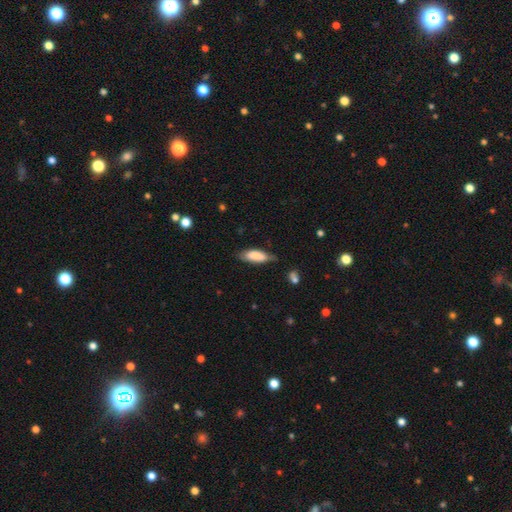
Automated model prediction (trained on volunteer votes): smooth-or-featured: smooth: 81% | featured or disk: 13% | star or artifact: 6%
  how-rounded: in between: 68% | cigar-shaped: 31% | round: 2%
  merging: none: 64% | minor disturbance: 27% | major disturbance: 6% | merger: 3%